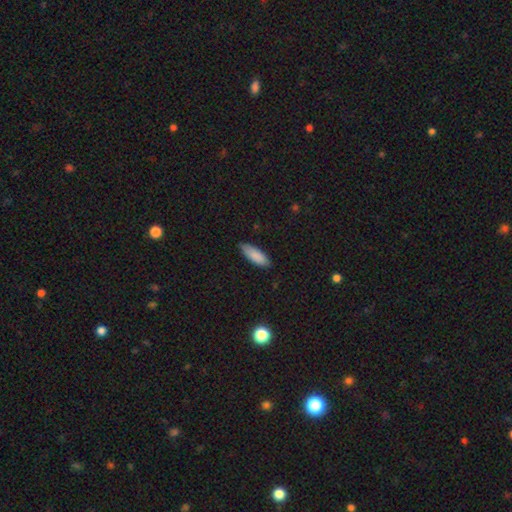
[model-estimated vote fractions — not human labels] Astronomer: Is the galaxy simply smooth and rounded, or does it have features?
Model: smooth — 88%.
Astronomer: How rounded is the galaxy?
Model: in between — 68%.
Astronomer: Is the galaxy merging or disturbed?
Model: none — 82%.